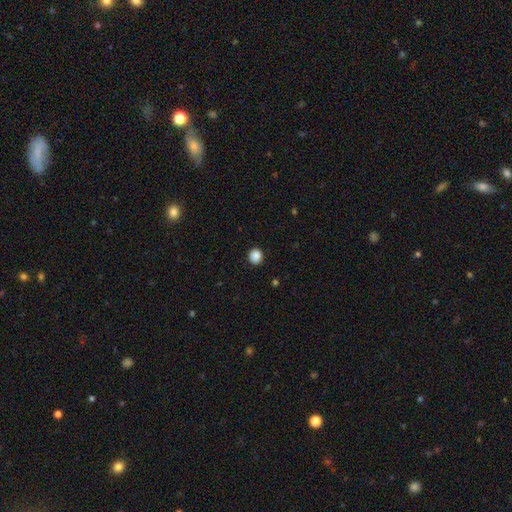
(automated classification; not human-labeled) smooth_or_featured: smooth (p=0.88) [alt: star or artifact p=0.09]
how_rounded: round (p=0.86) [alt: in between p=0.13]
merging: none (p=0.90) [alt: minor disturbance p=0.07]